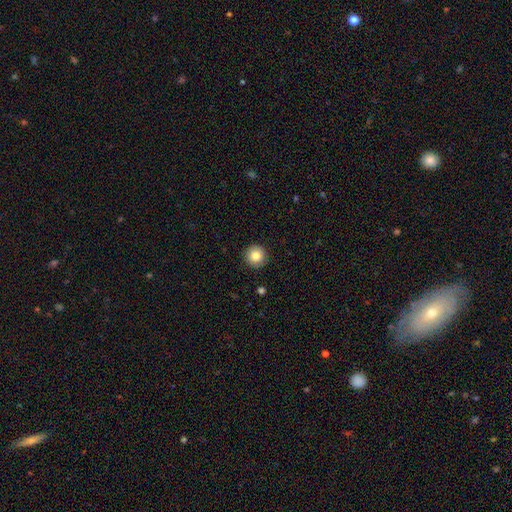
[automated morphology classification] smooth_or_featured: smooth (p=0.82) [alt: star or artifact p=0.09]
how_rounded: round (p=0.96) [alt: in between p=0.04]
merging: none (p=0.91) [alt: minor disturbance p=0.06]